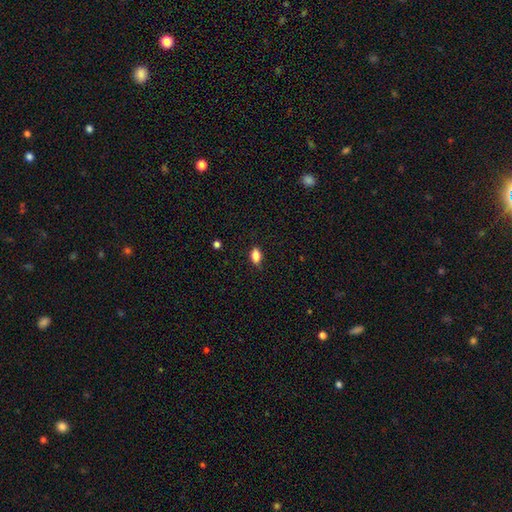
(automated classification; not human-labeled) Q: Smooth or featured?
A: smooth (84%); runner-up: star or artifact (9%)
Q: How rounded?
A: in between (87%); runner-up: round (8%)
Q: Merging?
A: none (81%); runner-up: minor disturbance (15%)